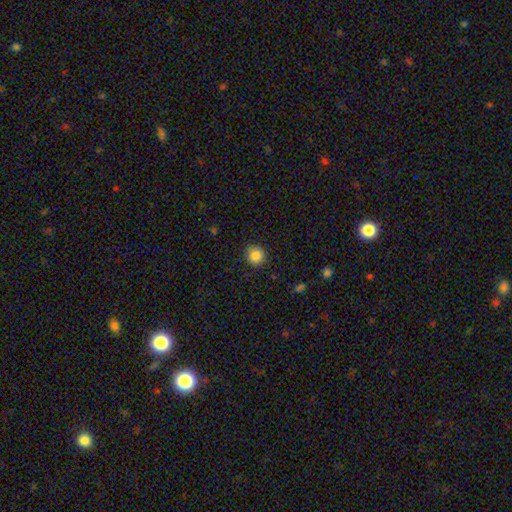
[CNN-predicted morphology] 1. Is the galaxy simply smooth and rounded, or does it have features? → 86% smooth, 10% star or artifact, 4% featured or disk.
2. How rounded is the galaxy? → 91% round, 8% in between, 1% cigar-shaped.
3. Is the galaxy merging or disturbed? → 88% none, 8% minor disturbance, 2% major disturbance, 1% merger.